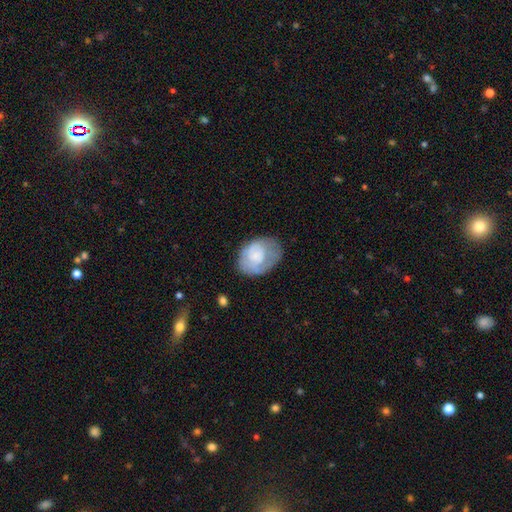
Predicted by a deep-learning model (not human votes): Smooth or featured? Predicted: smooth (p=0.55). How rounded? Predicted: in between (p=0.71). Merging? Predicted: none (p=0.48).